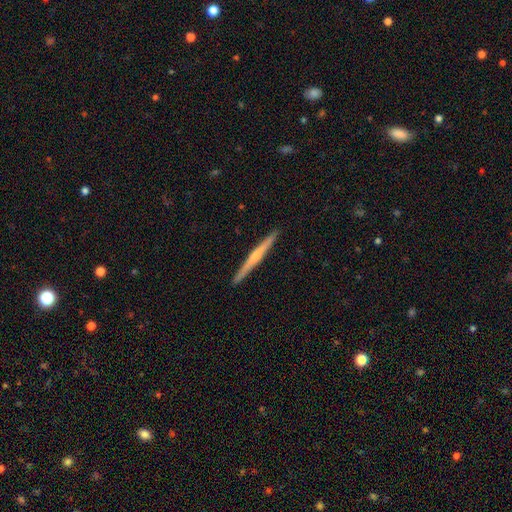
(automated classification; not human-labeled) featured or disk 64%, smooth 31%, star or artifact 5%. Down the decision tree: edge-on disk — yes (98%); edge-on bulge — rounded (63%); merging — none (92%).